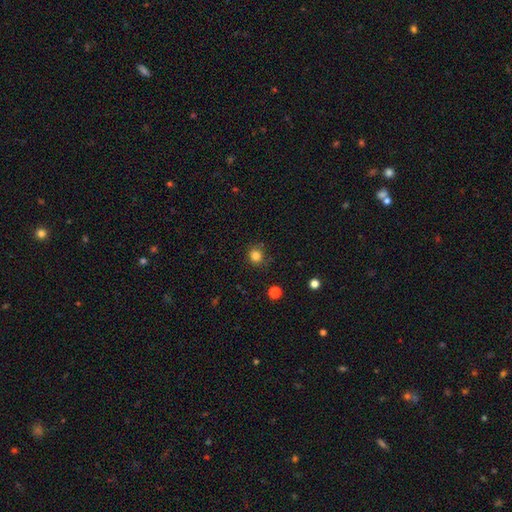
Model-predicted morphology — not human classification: Smooth or featured?
  - smooth: 83% *
  - star or artifact: 13%
  - featured or disk: 4%
How rounded?
  - round: 87% *
  - in between: 12%
  - cigar-shaped: 1%
Merging?
  - none: 85% *
  - minor disturbance: 10%
  - major disturbance: 3%
  - merger: 2%